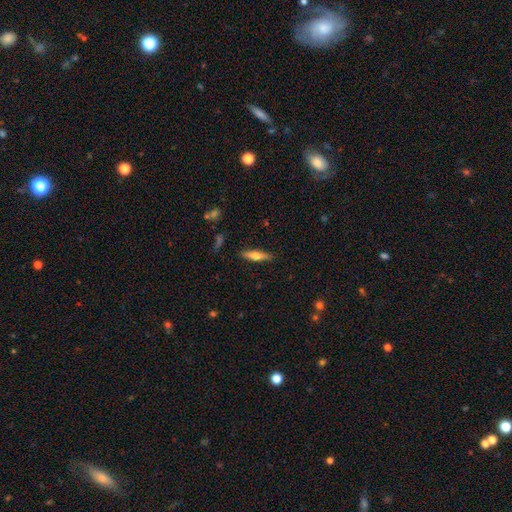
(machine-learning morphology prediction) Smooth or featured? Predicted: smooth (p=0.58). How rounded? Predicted: cigar-shaped (p=0.72). Merging? Predicted: none (p=0.87).